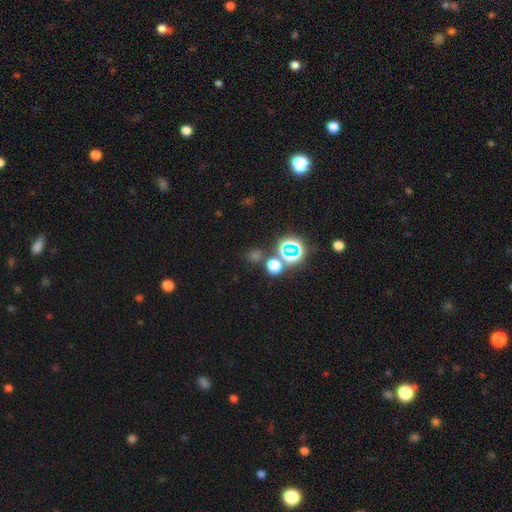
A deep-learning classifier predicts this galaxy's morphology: type=star or artifact (48%).